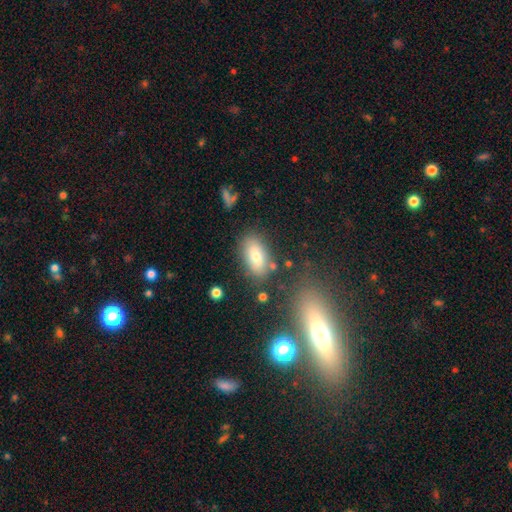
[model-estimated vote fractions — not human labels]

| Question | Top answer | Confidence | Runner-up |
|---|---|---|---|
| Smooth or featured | smooth | 74% | featured or disk (17%) |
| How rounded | in between | 88% | cigar-shaped (8%) |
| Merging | none | 76% | minor disturbance (13%) |